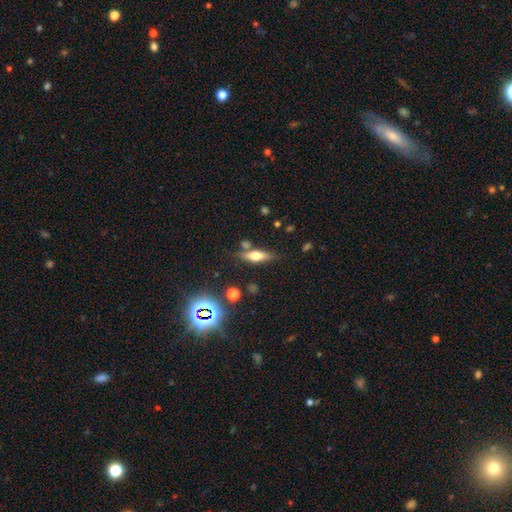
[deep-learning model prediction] smooth-or-featured: smooth: 48% | featured or disk: 41% | star or artifact: 12%
  merging: none: 72% | minor disturbance: 14% | merger: 9% | major disturbance: 4%